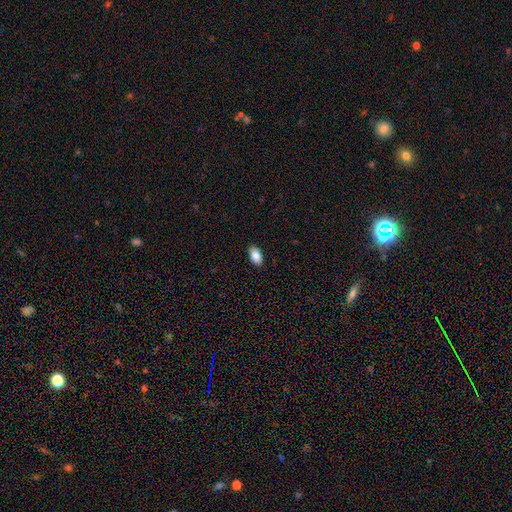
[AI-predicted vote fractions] smooth_or_featured: smooth (p=0.88) [alt: star or artifact p=0.07]
how_rounded: in between (p=0.94) [alt: round p=0.04]
merging: none (p=0.89) [alt: minor disturbance p=0.08]